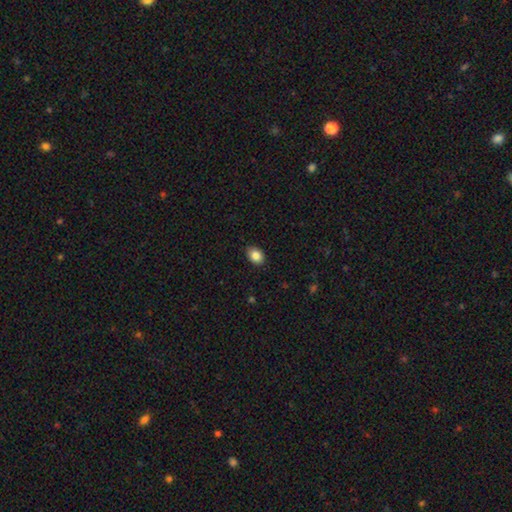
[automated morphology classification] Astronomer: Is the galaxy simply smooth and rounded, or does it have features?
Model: smooth — 85%.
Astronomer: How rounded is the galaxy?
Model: in between — 73%.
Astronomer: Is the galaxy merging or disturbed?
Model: none — 88%.